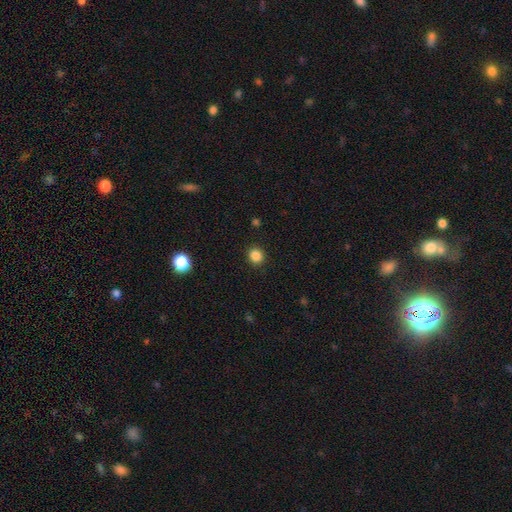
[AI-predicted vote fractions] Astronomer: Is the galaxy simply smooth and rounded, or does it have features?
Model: smooth — 86%.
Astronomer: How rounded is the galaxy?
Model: round — 87%.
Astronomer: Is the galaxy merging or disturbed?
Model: none — 91%.